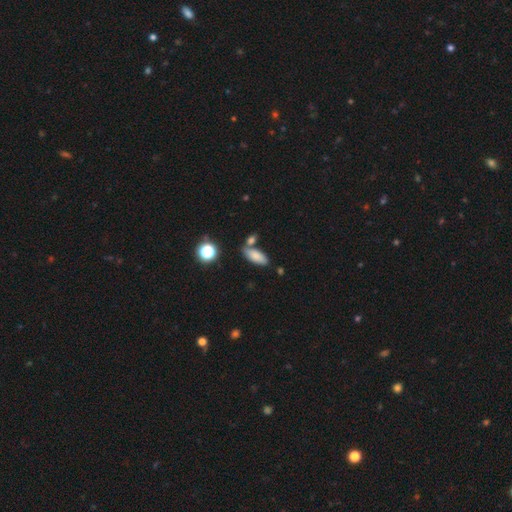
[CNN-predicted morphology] Smooth or featured? Predicted: smooth (p=0.81). How rounded? Predicted: in between (p=0.79). Merging? Predicted: none (p=0.65).